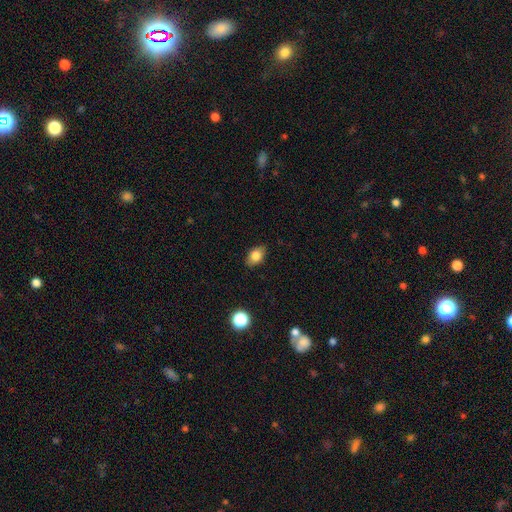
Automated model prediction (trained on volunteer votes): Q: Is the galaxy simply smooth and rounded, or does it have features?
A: smooth — 81%.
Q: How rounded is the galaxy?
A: in between — 80%.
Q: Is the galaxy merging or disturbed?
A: none — 84%.